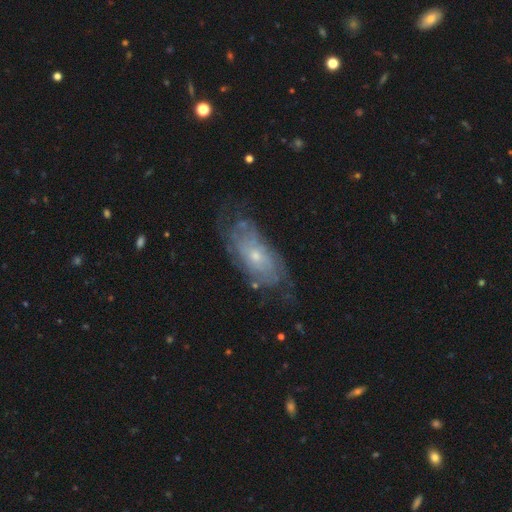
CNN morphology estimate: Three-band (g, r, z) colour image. It shows a featured or disk galaxy (69%) with no bar (78%), spiral arms (75%) and a small central bulge (62%). Merging: none (63%).